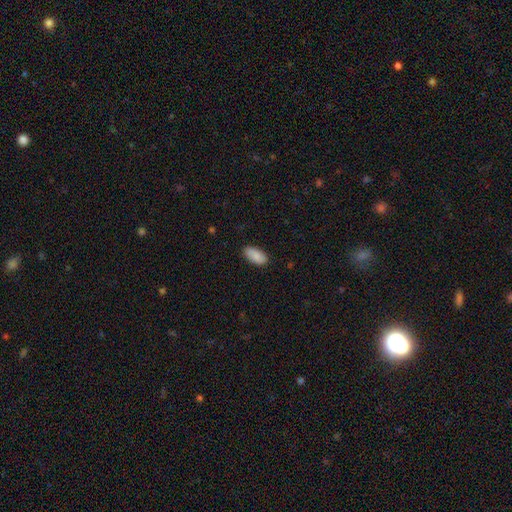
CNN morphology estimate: Smooth or featured: smooth — 89% (star or artifact — 6%)
How rounded: in between — 93% (cigar-shaped — 5%)
Merging: none — 85% (minor disturbance — 12%)